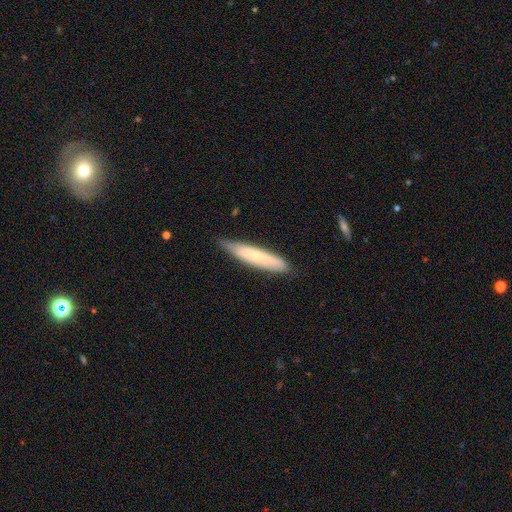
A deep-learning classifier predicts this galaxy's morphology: Overall: smooth (61%; featured or disk 33%). How rounded: cigar-shaped (89%). Merging: none (81%).